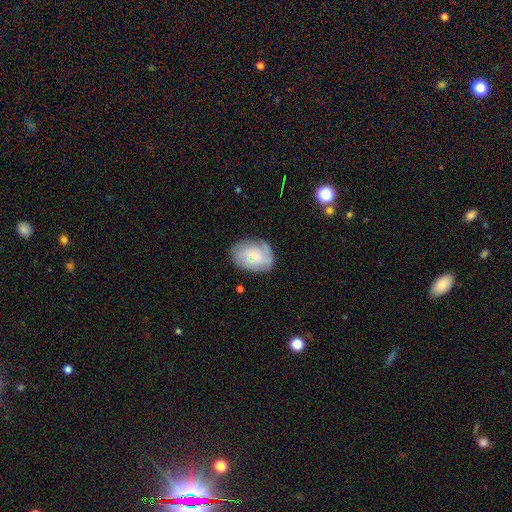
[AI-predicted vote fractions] Smooth or featured: featured or disk — 57% (smooth — 35%)
Edge-on disk: no — 97% (yes — 3%)
Bar: no — 69% (weak — 27%)
Spiral arms: yes — 86% (no — 14%)
Bulge size: small — 70% (moderate — 19%)
Merging: none — 69% (minor disturbance — 21%)